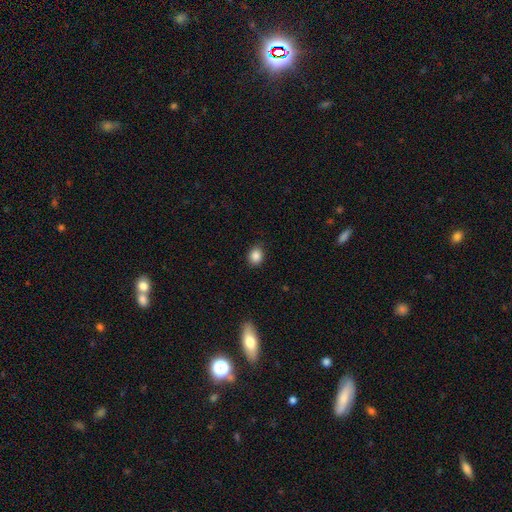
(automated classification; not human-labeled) Smooth or featured?
  - smooth: 87% *
  - star or artifact: 9%
  - featured or disk: 4%
How rounded?
  - round: 57% *
  - in between: 42%
  - cigar-shaped: 1%
Merging?
  - none: 86% *
  - minor disturbance: 11%
  - major disturbance: 2%
  - merger: 1%